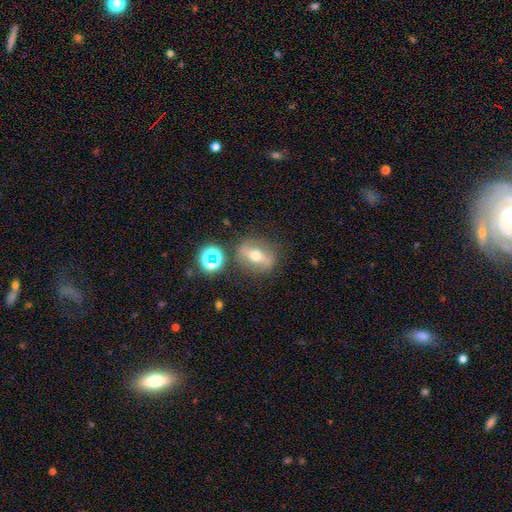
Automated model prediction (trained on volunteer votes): Q: Smooth or featured?
A: featured or disk (56%); runner-up: smooth (31%)
Q: Edge-on disk?
A: no (68%); runner-up: yes (32%)
Q: Merging?
A: none (79%); runner-up: minor disturbance (13%)